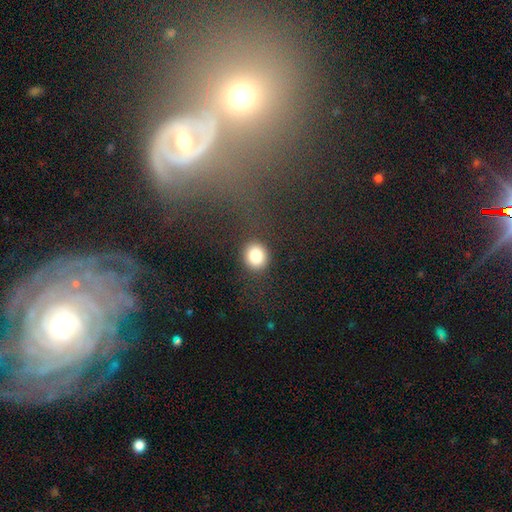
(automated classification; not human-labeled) A smooth galaxy with no disk features (84%) that is round (81%). Merging: none (86%).